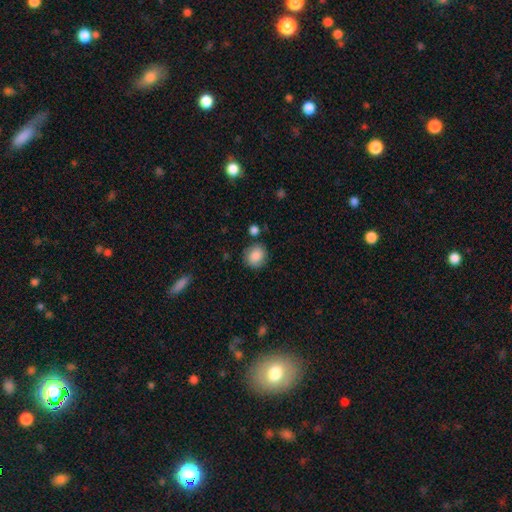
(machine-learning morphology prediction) This is clearly a smooth galaxy (87%). How rounded: likely round (76%). Merging: clearly none (83%).